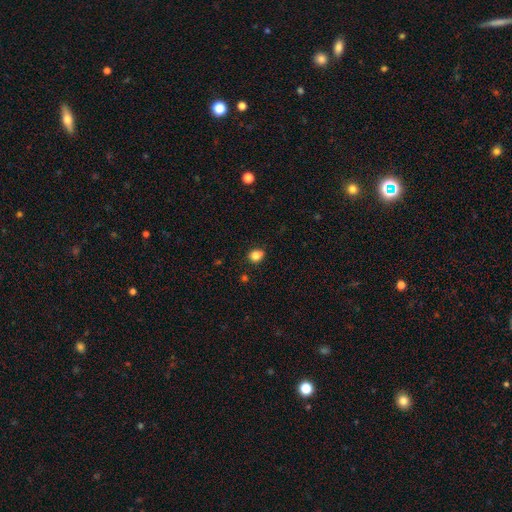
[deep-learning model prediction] This appears to be a smooth galaxy with no disk features (82%) that is round (73%). Merging: none (66%).